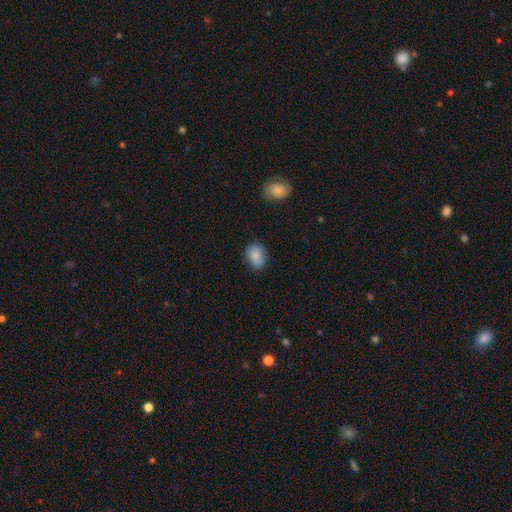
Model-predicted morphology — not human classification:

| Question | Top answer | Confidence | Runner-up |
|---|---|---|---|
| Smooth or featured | smooth | 85% | star or artifact (8%) |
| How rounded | in between | 64% | round (35%) |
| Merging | none | 78% | minor disturbance (17%) |